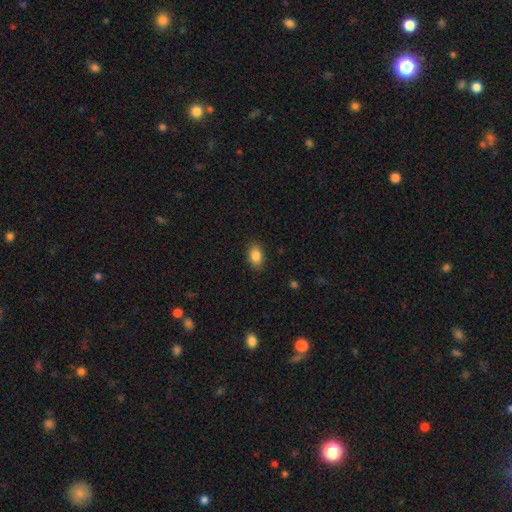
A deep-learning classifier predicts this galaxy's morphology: The model was most divided on "how rounded": in between: 85%, round: 13%, cigar-shaped: 2%. More confident: smooth or featured — smooth (86%); merging — none (86%).